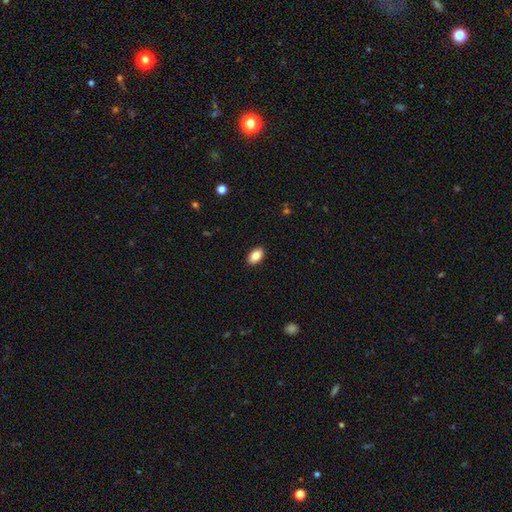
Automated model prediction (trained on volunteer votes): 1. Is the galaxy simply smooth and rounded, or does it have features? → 85% smooth, 8% featured or disk, 7% star or artifact.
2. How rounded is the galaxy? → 93% in between, 5% round, 2% cigar-shaped.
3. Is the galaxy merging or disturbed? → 90% none, 7% minor disturbance, 2% major disturbance, 1% merger.